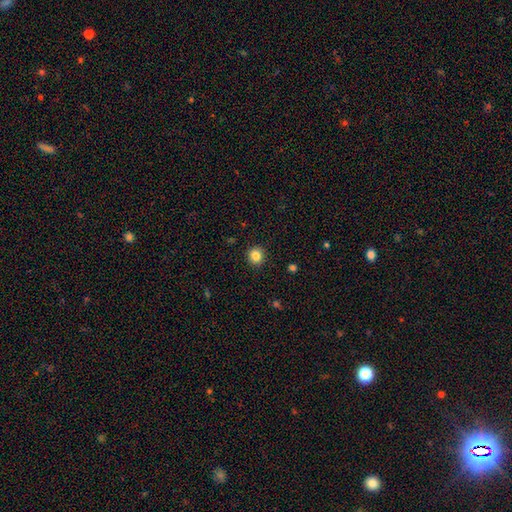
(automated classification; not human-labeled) Smooth or featured?
  - smooth: 84% *
  - star or artifact: 11%
  - featured or disk: 5%
How rounded?
  - round: 91% *
  - in between: 8%
  - cigar-shaped: 1%
Merging?
  - none: 92% *
  - minor disturbance: 5%
  - major disturbance: 2%
  - merger: 1%